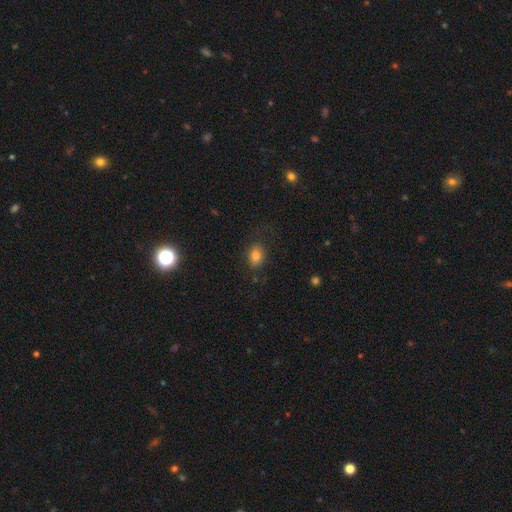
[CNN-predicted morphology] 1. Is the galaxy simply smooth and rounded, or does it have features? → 80% smooth, 11% star or artifact, 9% featured or disk.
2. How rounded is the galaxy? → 69% in between, 29% round, 2% cigar-shaped.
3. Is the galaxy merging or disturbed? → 74% none, 17% minor disturbance, 7% major disturbance, 2% merger.